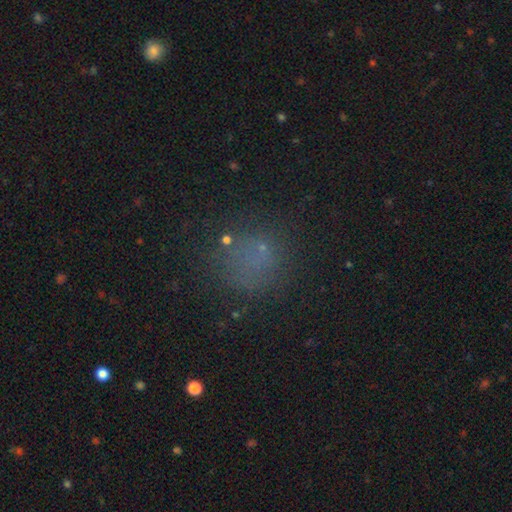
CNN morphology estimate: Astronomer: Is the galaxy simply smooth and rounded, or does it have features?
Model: smooth — 52% (runner-up: star or artifact, 35%).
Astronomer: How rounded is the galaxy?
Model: round — 87%.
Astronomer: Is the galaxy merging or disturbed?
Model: none — 73%.